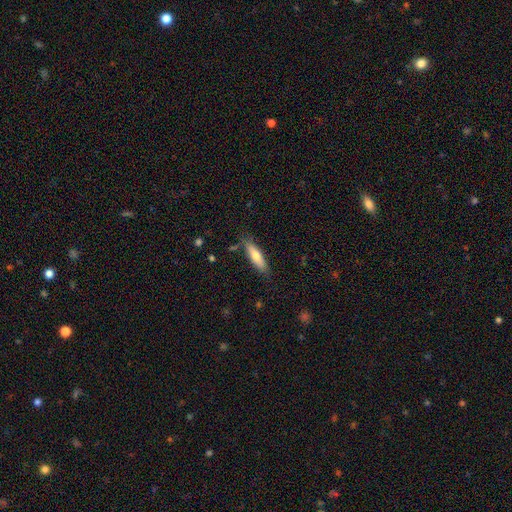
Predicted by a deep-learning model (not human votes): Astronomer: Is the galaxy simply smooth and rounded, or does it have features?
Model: smooth — 69%.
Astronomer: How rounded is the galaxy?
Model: cigar-shaped — 62%.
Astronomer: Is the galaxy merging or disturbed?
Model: none — 79%.